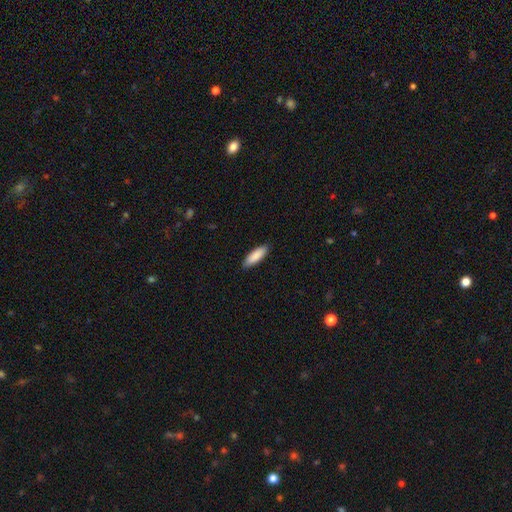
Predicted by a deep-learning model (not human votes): Smooth or featured? smooth (89%)
How rounded? in between (56%)
Merging? none (88%)